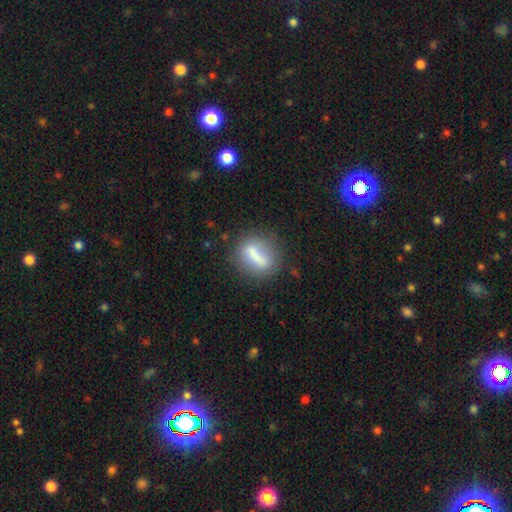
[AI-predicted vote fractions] smooth_or_featured: smooth (p=0.61) [alt: featured or disk p=0.29]
how_rounded: in between (p=0.42) [alt: round p=0.30]
merging: none (p=0.64) [alt: minor disturbance p=0.18]